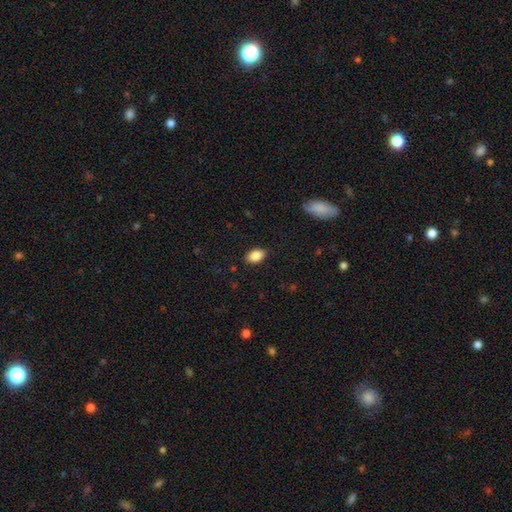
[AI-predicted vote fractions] A smooth galaxy with no disk features (87%) that is in between round and cigar-shaped (89%). Merging: none (87%).